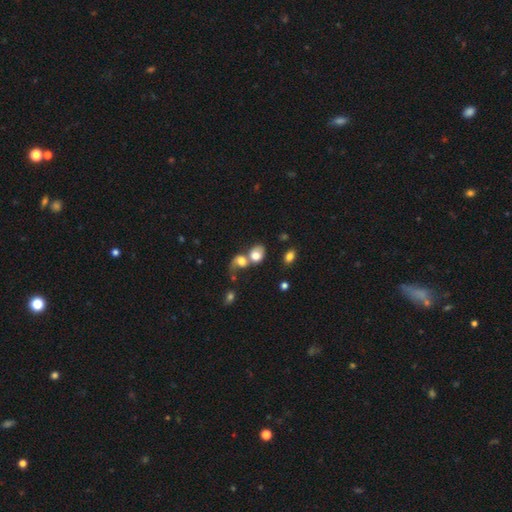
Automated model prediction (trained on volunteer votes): smooth 67%, featured or disk 22%, star or artifact 11%. Down the decision tree: how rounded — in between (54%); merging — merger (68%).